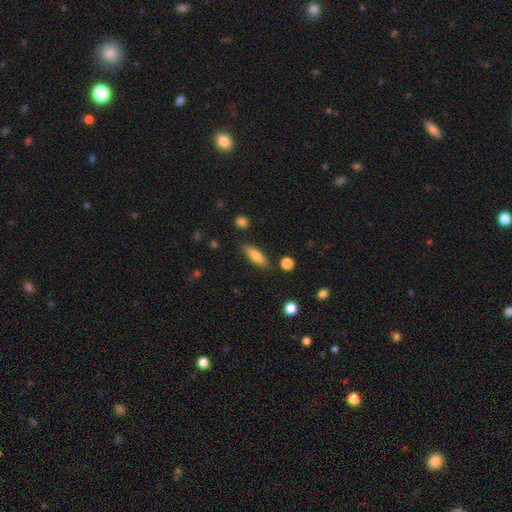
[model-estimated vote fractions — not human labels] Smooth or featured: smooth — 74% (featured or disk — 19%)
How rounded: in between — 54% (cigar-shaped — 43%)
Merging: none — 84% (minor disturbance — 11%)